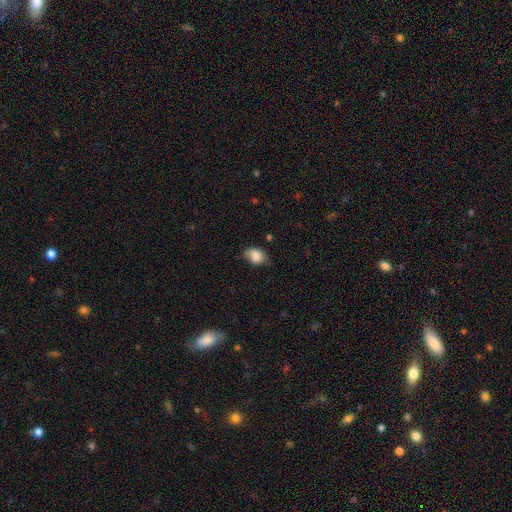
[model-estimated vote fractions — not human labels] Morphology: type=smooth (85%); roundness=in between (75%); merging=none (59%).